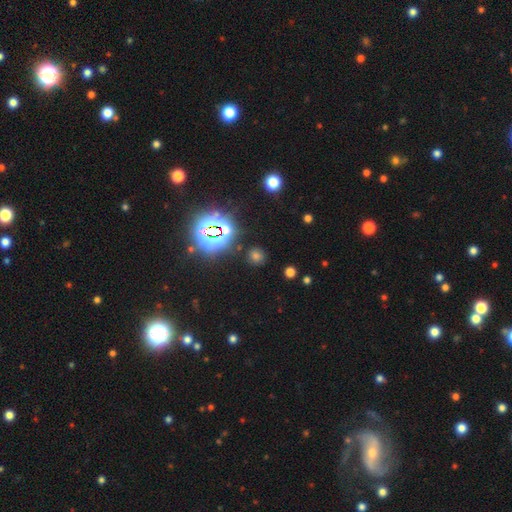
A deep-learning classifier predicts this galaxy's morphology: A smooth galaxy with no disk features (52%) that is round (85%). Merging: none (86%).